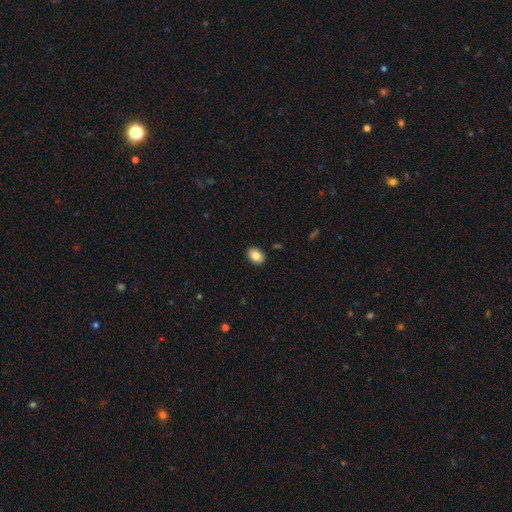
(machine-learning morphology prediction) smooth-or-featured: smooth: 83% | featured or disk: 9% | star or artifact: 8%
  how-rounded: in between: 75% | round: 24% | cigar-shaped: 1%
  merging: none: 90% | minor disturbance: 7% | major disturbance: 2% | merger: 1%